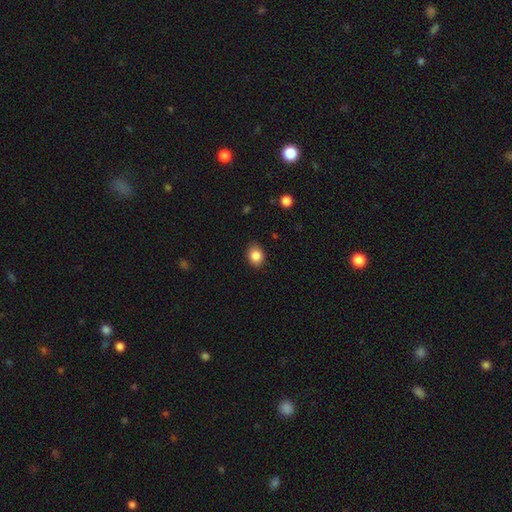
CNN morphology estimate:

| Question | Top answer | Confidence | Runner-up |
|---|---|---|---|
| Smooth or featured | smooth | 85% | star or artifact (9%) |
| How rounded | in between | 53% | round (46%) |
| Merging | none | 87% | minor disturbance (10%) |